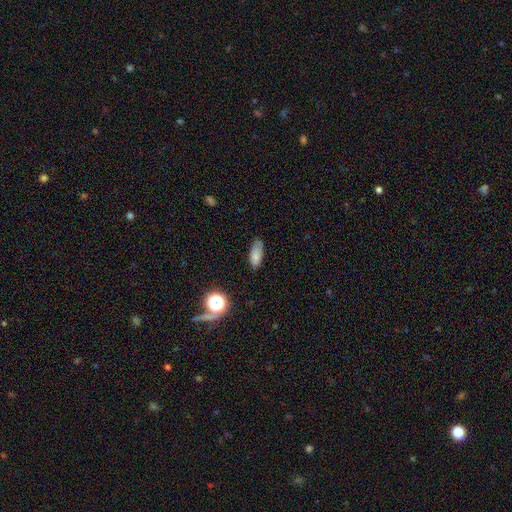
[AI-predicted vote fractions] Morphology: type=smooth (76%); roundness=in between (83%); merging=none (69%).